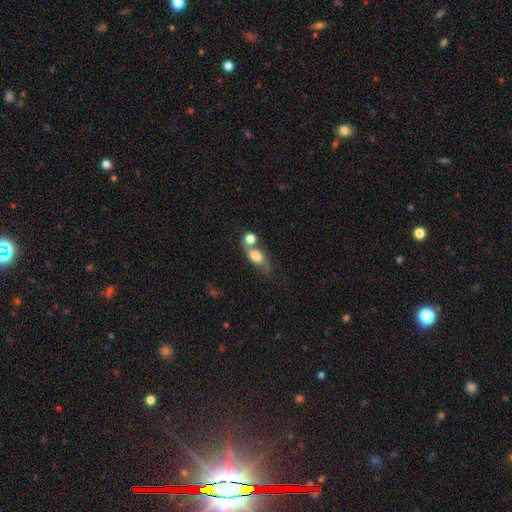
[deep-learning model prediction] smooth 65%, featured or disk 26%, star or artifact 10%. Down the decision tree: how rounded — in between (64%); merging — merger (47%).